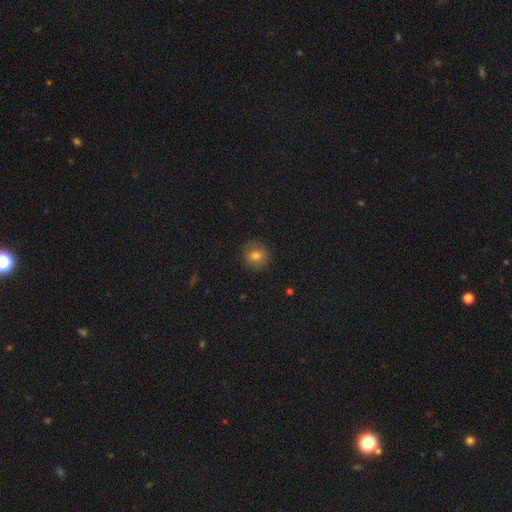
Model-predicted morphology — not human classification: smooth 76%, featured or disk 12%, star or artifact 12%. Down the decision tree: how rounded — round (87%); merging — none (87%).